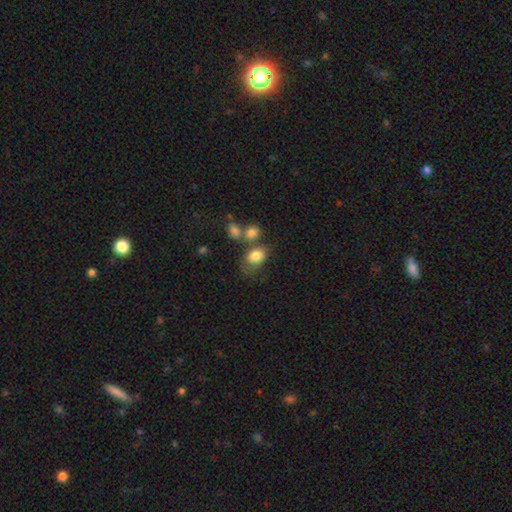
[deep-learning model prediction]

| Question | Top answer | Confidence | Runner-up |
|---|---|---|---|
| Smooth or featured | smooth | 81% | featured or disk (10%) |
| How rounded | in between | 76% | round (23%) |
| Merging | none | 41% | merger (26%) |